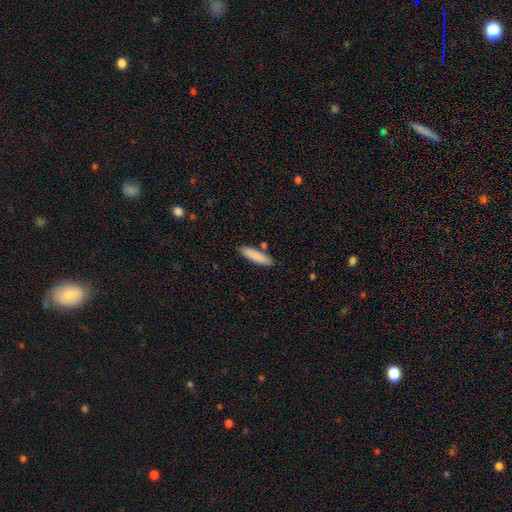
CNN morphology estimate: Smooth or featured? Predicted: smooth (p=0.85). How rounded? Predicted: cigar-shaped (p=0.75). Merging? Predicted: none (p=0.83).